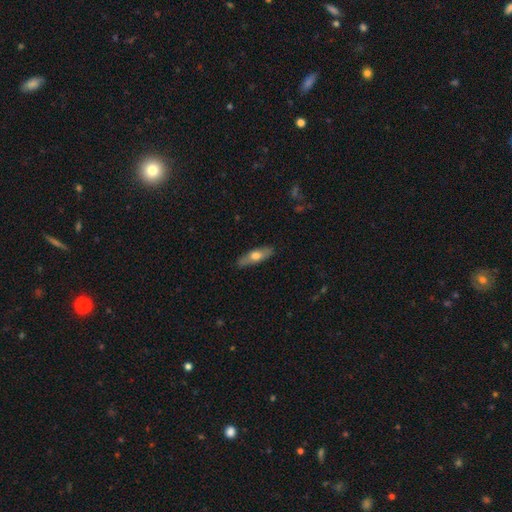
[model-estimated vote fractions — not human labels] smooth_or_featured: smooth (p=0.59) [alt: featured or disk p=0.36]
how_rounded: cigar-shaped (p=0.50) [alt: in between p=0.48]
merging: none (p=0.85) [alt: minor disturbance p=0.12]